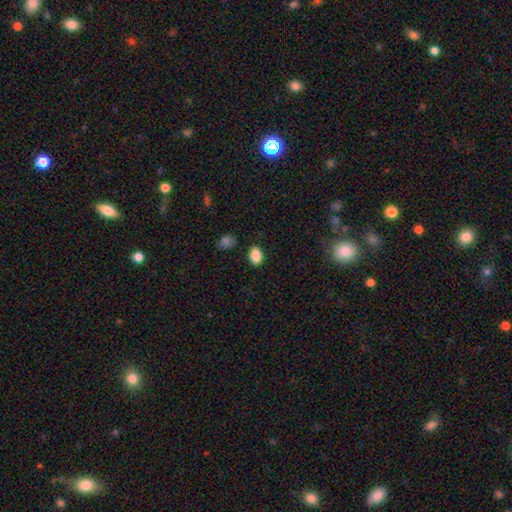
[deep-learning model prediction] Overall: smooth (87%). How rounded: in between (82%). Merging: none (86%).